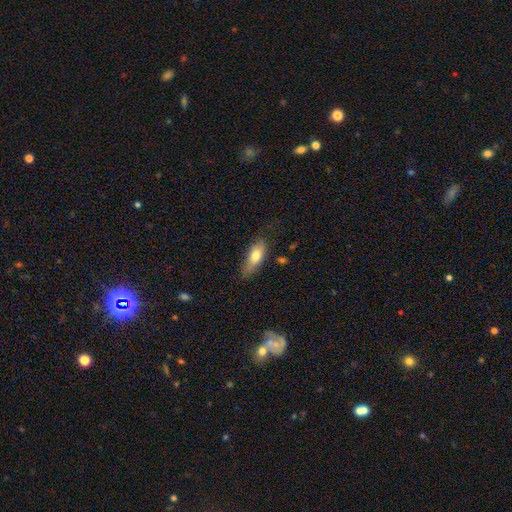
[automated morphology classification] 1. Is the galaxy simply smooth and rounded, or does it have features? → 74% smooth, 20% featured or disk, 7% star or artifact.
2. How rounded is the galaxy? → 72% in between, 26% cigar-shaped, 3% round.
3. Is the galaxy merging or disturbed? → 71% none, 22% minor disturbance, 5% major disturbance, 2% merger.